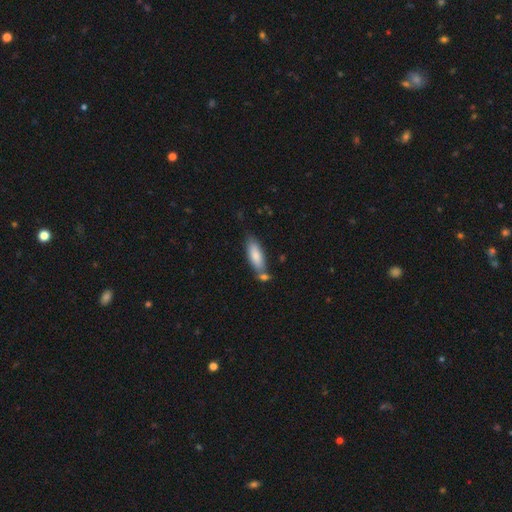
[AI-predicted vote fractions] smooth 81%, featured or disk 13%, star or artifact 6%. Down the decision tree: how rounded — in between (62%); merging — none (61%).